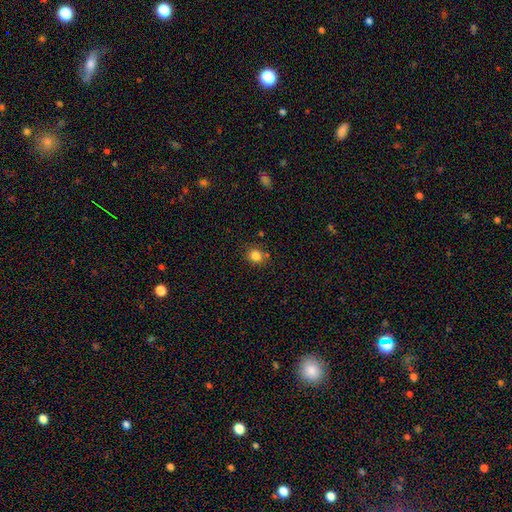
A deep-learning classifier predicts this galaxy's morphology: Smooth or featured?
  - smooth: 83% *
  - star or artifact: 12%
  - featured or disk: 5%
How rounded?
  - round: 84% *
  - in between: 15%
  - cigar-shaped: 1%
Merging?
  - none: 81% *
  - minor disturbance: 11%
  - merger: 5%
  - major disturbance: 3%